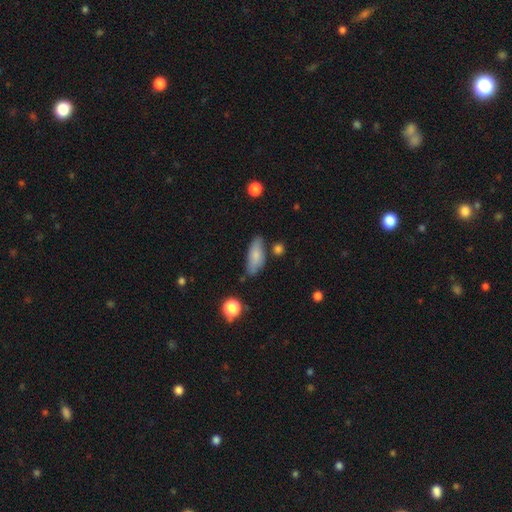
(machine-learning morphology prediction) A smooth galaxy with no disk features (78%) that is in between round and cigar-shaped (70%). Merging: none (68%).